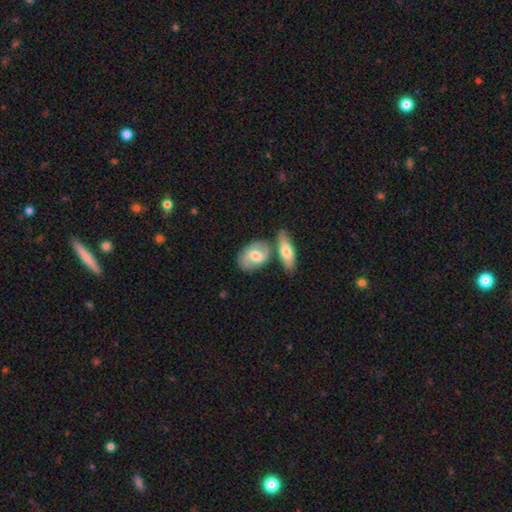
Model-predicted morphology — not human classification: featured or disk 48%, smooth 47%, star or artifact 5%. Down the decision tree: merging — none (55%).